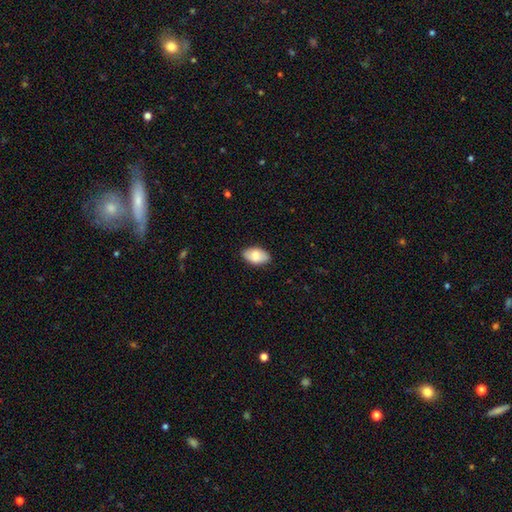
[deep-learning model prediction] smooth-or-featured: smooth: 78% | featured or disk: 16% | star or artifact: 6%
  how-rounded: in between: 93% | round: 5% | cigar-shaped: 2%
  merging: none: 85% | minor disturbance: 12% | major disturbance: 2% | merger: 1%